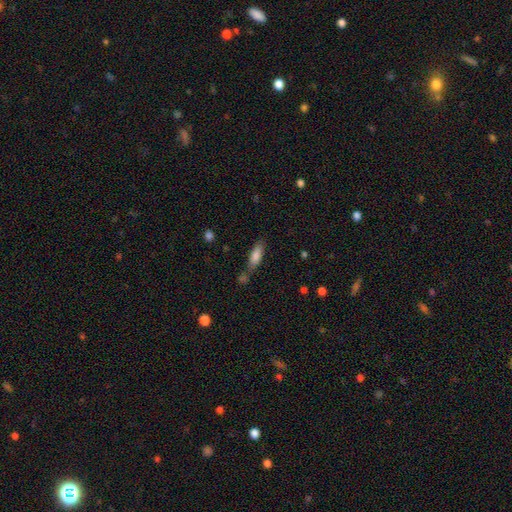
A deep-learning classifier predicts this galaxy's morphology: This is likely a smooth galaxy (79%). How rounded: possibly in between (55%). Merging: possibly none (59%).